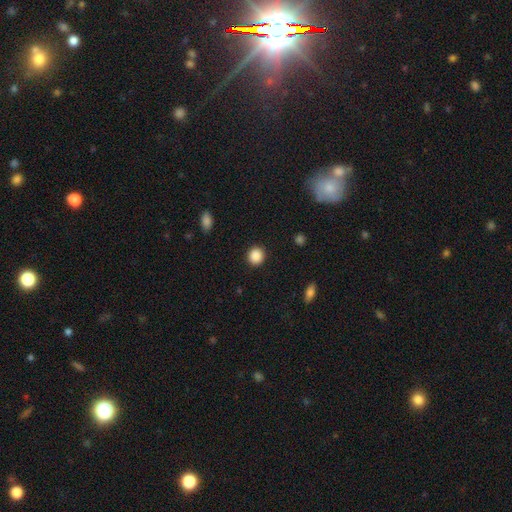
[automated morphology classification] Q: Smooth or featured?
A: smooth (88%); runner-up: star or artifact (9%)
Q: How rounded?
A: round (88%); runner-up: in between (11%)
Q: Merging?
A: none (90%); runner-up: minor disturbance (6%)